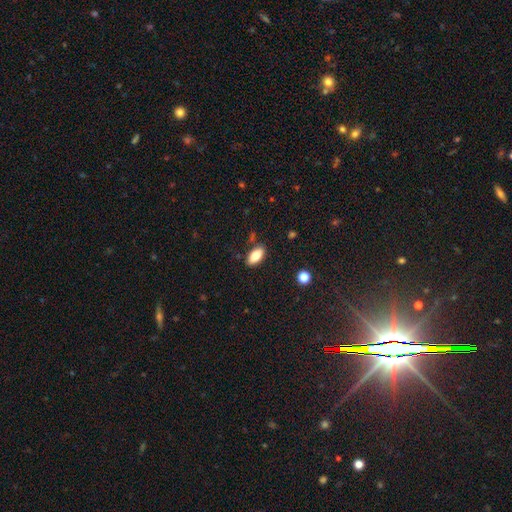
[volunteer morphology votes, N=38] Smooth or featured? smooth (87%)
How rounded? in between (97%)
Merging? none (83%)